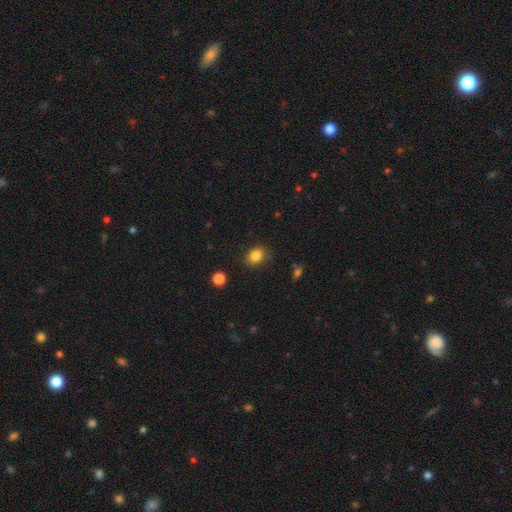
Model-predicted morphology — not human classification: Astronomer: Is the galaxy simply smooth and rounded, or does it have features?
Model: smooth — 84%.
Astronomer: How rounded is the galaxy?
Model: round — 56% (runner-up: in between, 44%).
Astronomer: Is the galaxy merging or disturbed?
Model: none — 84%.